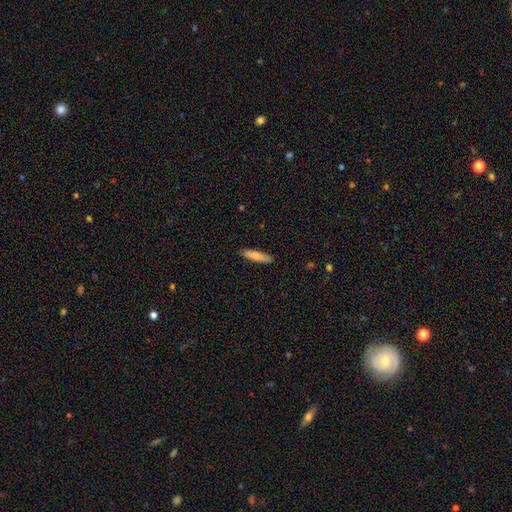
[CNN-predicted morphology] Smooth or featured?
  - smooth: 81% *
  - featured or disk: 13%
  - star or artifact: 6%
How rounded?
  - cigar-shaped: 78% *
  - in between: 20%
  - round: 1%
Merging?
  - none: 88% *
  - minor disturbance: 9%
  - major disturbance: 2%
  - merger: 1%